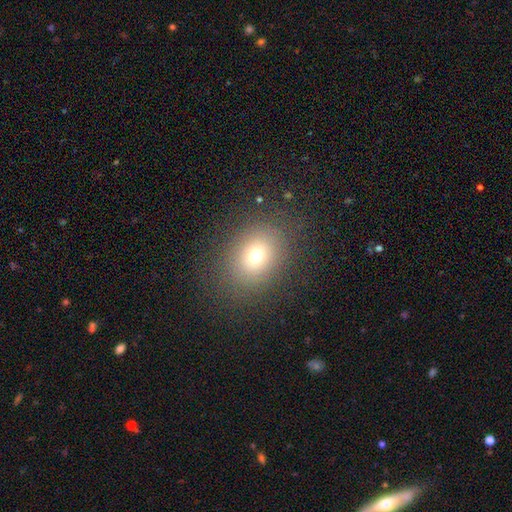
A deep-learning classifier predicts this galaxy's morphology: Smooth or featured: smooth — 70% (star or artifact — 17%)
How rounded: in between — 50% (round — 49%)
Merging: none — 83% (minor disturbance — 10%)